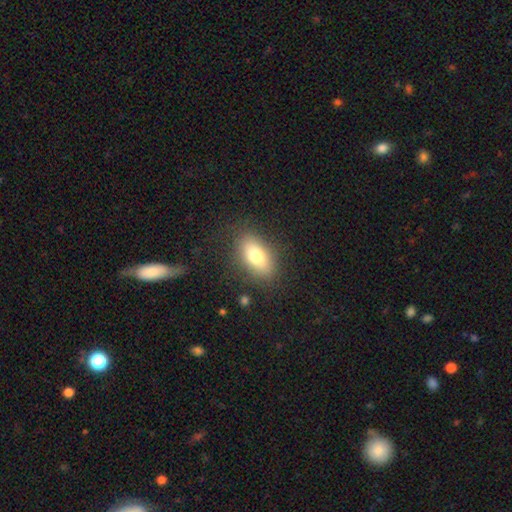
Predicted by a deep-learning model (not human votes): smooth 75%, featured or disk 16%, star or artifact 9%. Down the decision tree: how rounded — in between (86%); merging — none (82%).